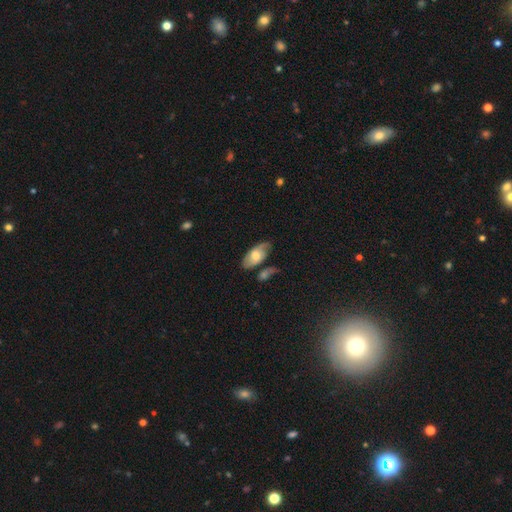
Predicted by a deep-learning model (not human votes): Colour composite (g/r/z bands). It shows a smooth galaxy with no disk features (52%) that is in between round and cigar-shaped (91%). Merging: none (59%).